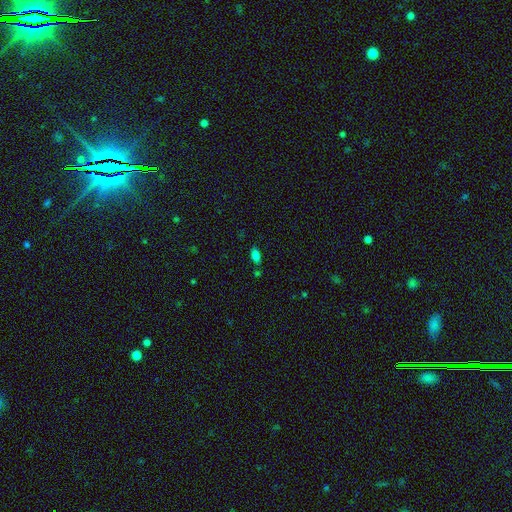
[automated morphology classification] Smooth or featured?
  - smooth: 80% *
  - star or artifact: 15%
  - featured or disk: 6%
How rounded?
  - in between: 90% *
  - round: 5%
  - cigar-shaped: 4%
Merging?
  - none: 73% *
  - minor disturbance: 14%
  - merger: 10%
  - major disturbance: 4%